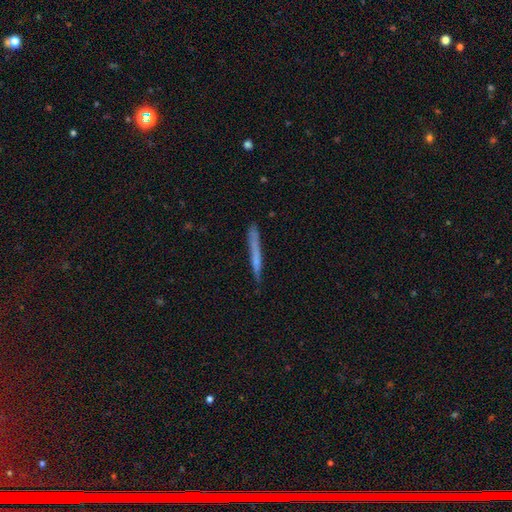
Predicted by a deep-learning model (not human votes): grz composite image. It shows a smooth galaxy with no disk features (56%) that is cigar-shaped (97%). Merging: none (80%).